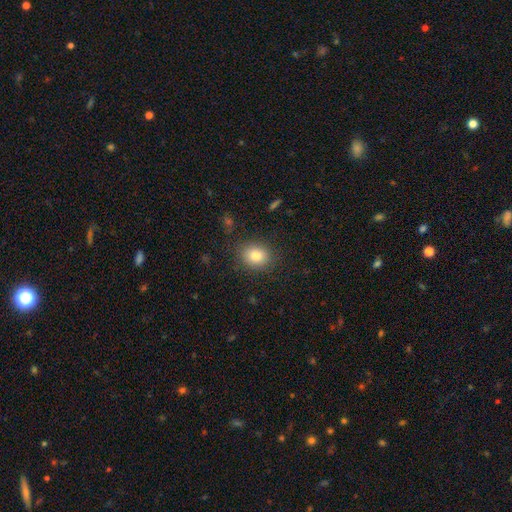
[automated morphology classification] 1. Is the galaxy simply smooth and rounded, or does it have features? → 83% smooth, 10% star or artifact, 7% featured or disk.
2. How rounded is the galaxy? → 60% round, 39% in between, 1% cigar-shaped.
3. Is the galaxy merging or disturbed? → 84% none, 11% minor disturbance, 4% major disturbance, 1% merger.